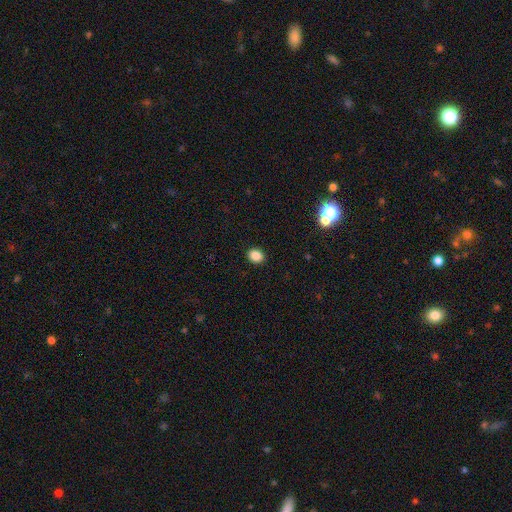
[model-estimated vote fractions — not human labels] Morphology: type=smooth (87%); roundness=round (59%); merging=none (91%).